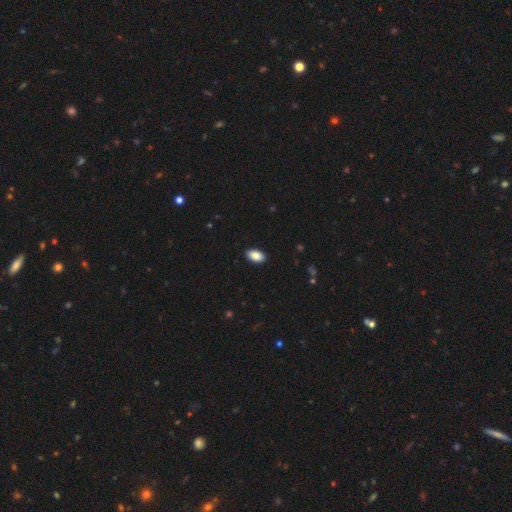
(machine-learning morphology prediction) smooth_or_featured: smooth (p=0.88) [alt: star or artifact p=0.07]
how_rounded: in between (p=0.94) [alt: round p=0.04]
merging: none (p=0.90) [alt: minor disturbance p=0.08]